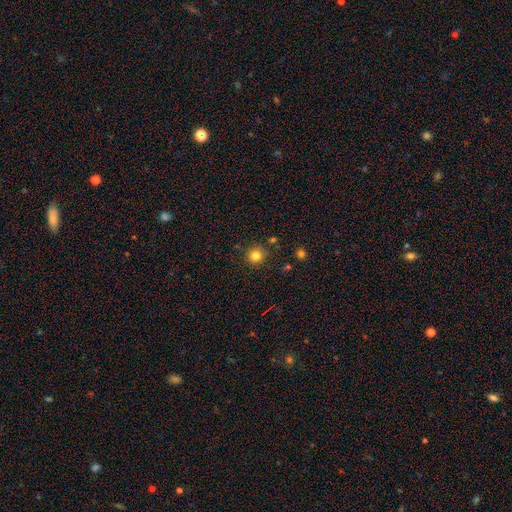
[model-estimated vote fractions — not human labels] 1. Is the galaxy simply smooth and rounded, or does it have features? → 81% smooth, 13% star or artifact, 6% featured or disk.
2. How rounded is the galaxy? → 94% round, 5% in between, 1% cigar-shaped.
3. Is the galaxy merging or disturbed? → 88% none, 7% minor disturbance, 3% merger, 2% major disturbance.